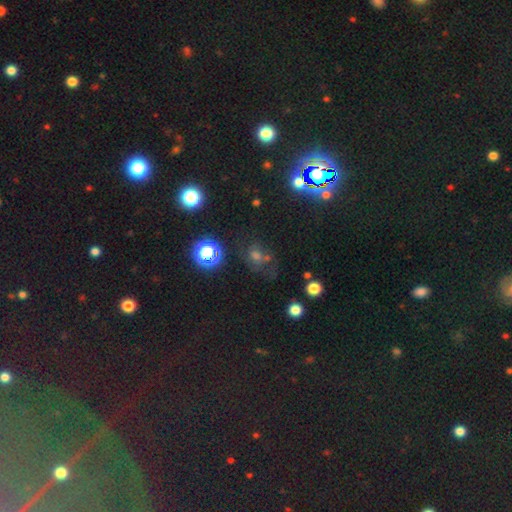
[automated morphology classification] This appears to be a star or artifact, not a galaxy (46%).